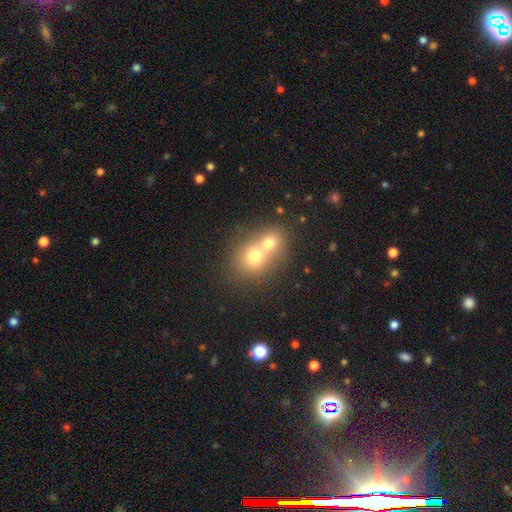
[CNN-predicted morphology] smooth 67%, featured or disk 20%, star or artifact 13%. Down the decision tree: how rounded — round (70%); merging — merger (69%).